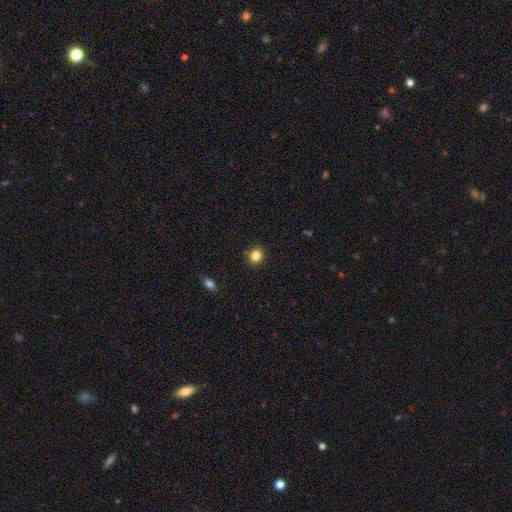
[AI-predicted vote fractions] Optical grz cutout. It shows a smooth galaxy with no disk features (84%) that is round (87%). Merging: none (89%).